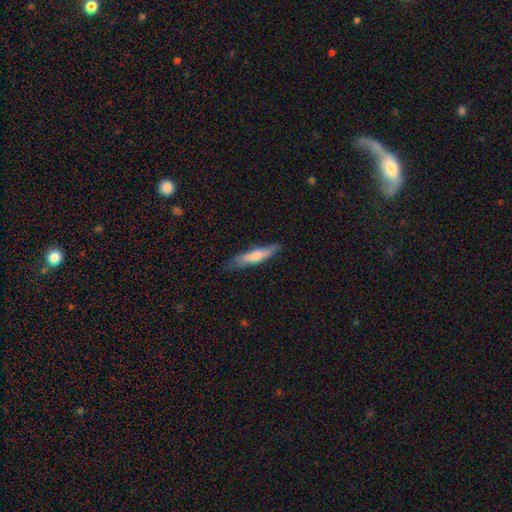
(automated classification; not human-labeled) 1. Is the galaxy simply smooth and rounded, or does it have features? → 55% smooth, 39% featured or disk, 6% star or artifact.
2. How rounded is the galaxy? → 86% cigar-shaped, 13% in between, 2% round.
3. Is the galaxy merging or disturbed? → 80% none, 16% minor disturbance, 3% major disturbance, 1% merger.